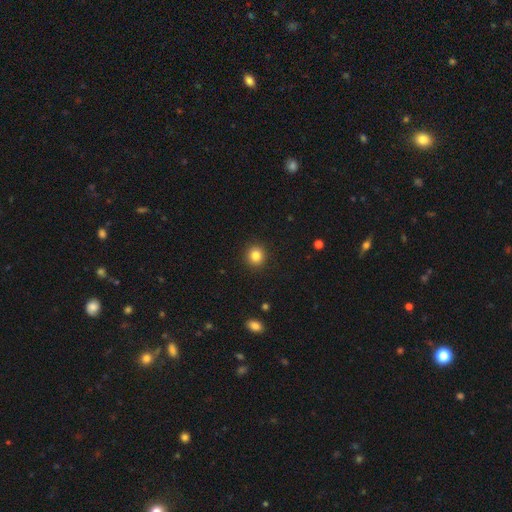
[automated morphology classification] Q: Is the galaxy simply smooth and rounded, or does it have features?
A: smooth — 83%.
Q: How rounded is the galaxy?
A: round — 90%.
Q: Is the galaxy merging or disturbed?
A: none — 91%.